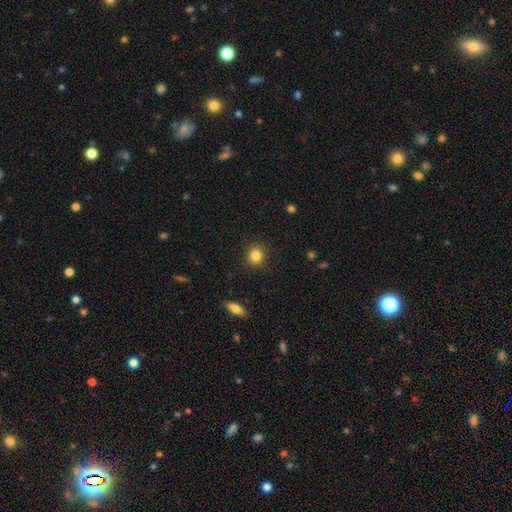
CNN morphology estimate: A smooth galaxy with no disk features (85%) that is round (88%). Merging: none (89%).